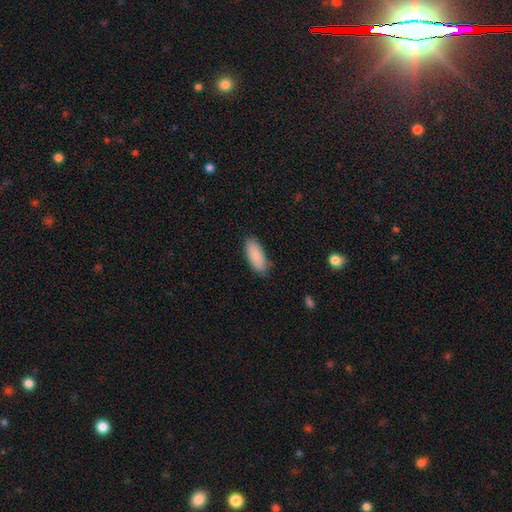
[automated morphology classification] Smooth or featured: smooth — 88% (featured or disk — 6%)
How rounded: in between — 85% (cigar-shaped — 13%)
Merging: none — 86% (minor disturbance — 11%)